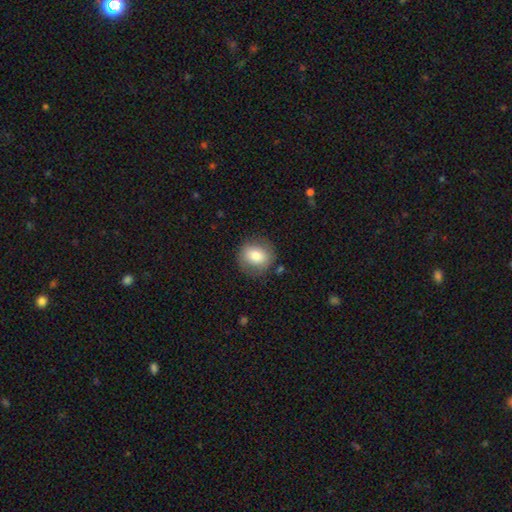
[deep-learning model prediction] smooth_or_featured: smooth (p=0.77) [alt: featured or disk p=0.15]
how_rounded: round (p=0.78) [alt: in between p=0.21]
merging: none (p=0.81) [alt: minor disturbance p=0.13]